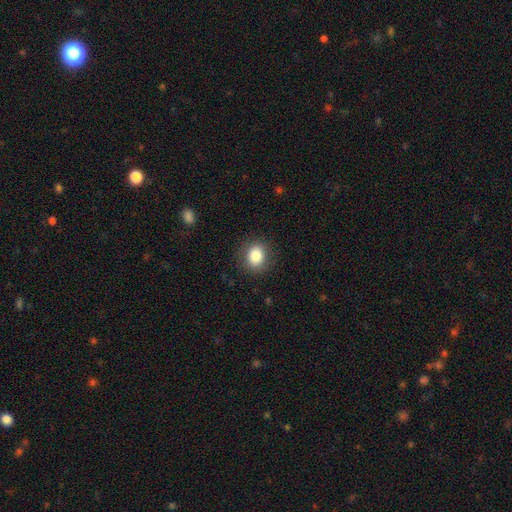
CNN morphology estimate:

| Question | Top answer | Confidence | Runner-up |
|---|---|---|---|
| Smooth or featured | smooth | 84% | star or artifact (9%) |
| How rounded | round | 66% | in between (33%) |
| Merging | none | 88% | minor disturbance (8%) |